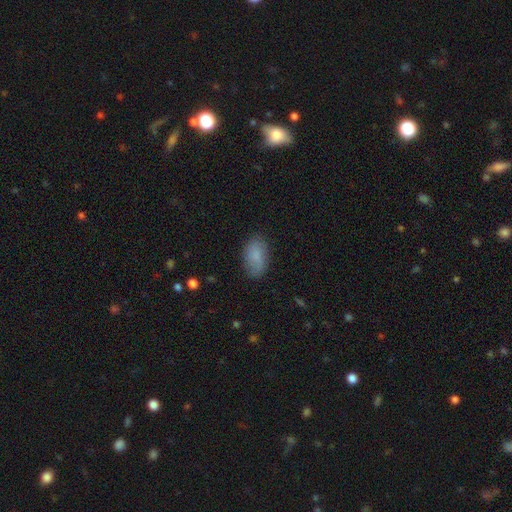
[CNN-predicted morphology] A smooth galaxy with no disk features (80%) that is in between round and cigar-shaped (93%).

Vote fractions:
- Smooth or featured? smooth: 80% / featured or disk: 13% / star or artifact: 7%
- How rounded? in between: 93% / round: 4% / cigar-shaped: 2%
- Merging? none: 78% / minor disturbance: 17% / major disturbance: 4% / merger: 1%